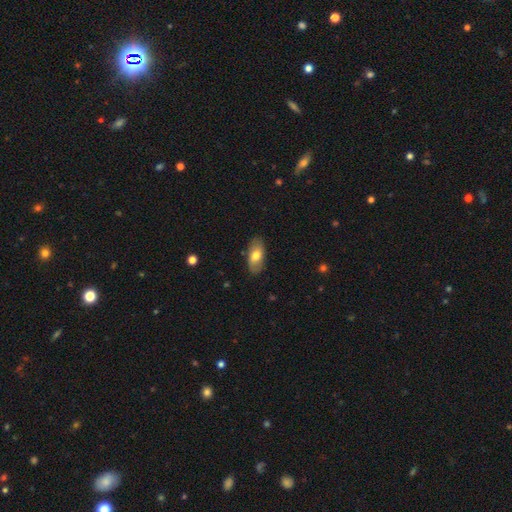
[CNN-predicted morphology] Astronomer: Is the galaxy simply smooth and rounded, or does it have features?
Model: smooth — 67%.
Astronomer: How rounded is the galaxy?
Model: in between — 91%.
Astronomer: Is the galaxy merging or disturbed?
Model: none — 84%.